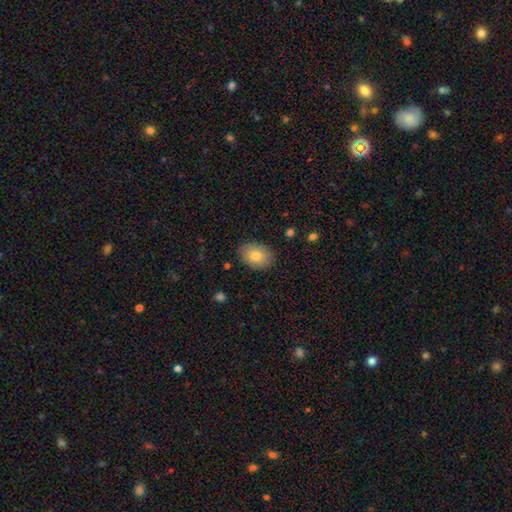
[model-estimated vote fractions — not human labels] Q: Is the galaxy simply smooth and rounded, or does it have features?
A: smooth — 80%.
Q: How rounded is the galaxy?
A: in between — 77%.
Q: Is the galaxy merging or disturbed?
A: none — 87%.